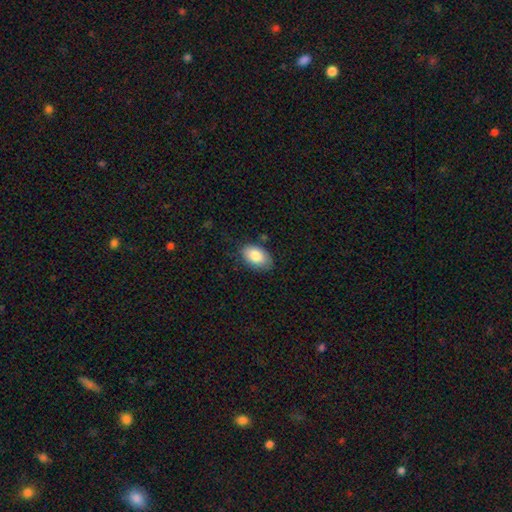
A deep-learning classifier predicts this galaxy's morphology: Smooth or featured: smooth — 84% (featured or disk — 9%)
How rounded: in between — 92% (round — 7%)
Merging: none — 76% (minor disturbance — 18%)